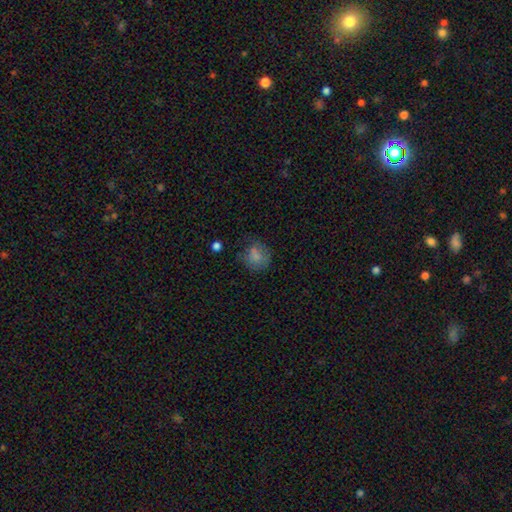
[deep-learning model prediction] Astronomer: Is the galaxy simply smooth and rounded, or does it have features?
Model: smooth — 74%.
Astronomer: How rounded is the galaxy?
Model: round — 72%.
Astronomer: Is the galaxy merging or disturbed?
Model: none — 55%.